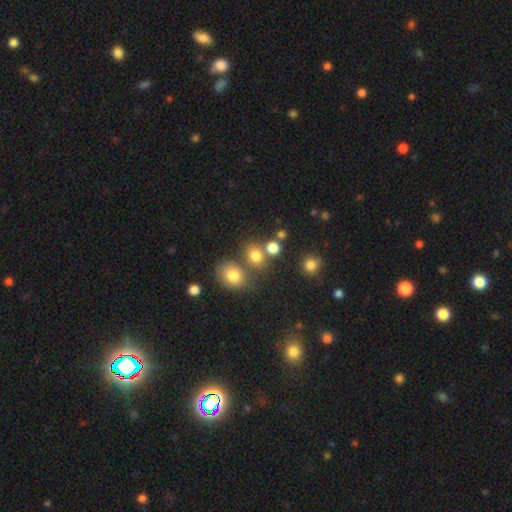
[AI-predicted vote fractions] Smooth or featured? Predicted: smooth (p=0.77). How rounded? Predicted: round (p=0.73). Merging? Predicted: none (p=0.59).